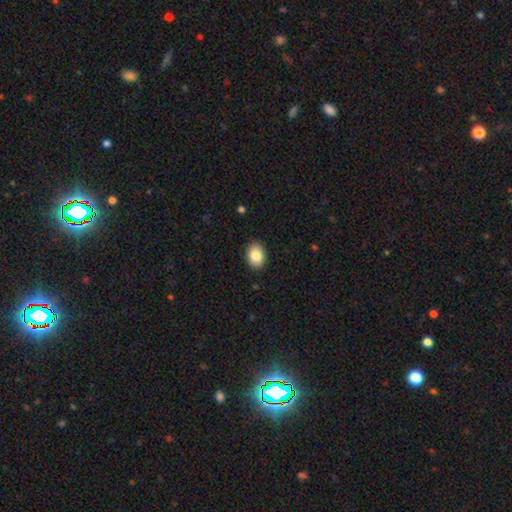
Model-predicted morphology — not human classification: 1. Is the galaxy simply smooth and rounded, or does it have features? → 86% smooth, 8% star or artifact, 6% featured or disk.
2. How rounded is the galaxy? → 73% in between, 26% round, 1% cigar-shaped.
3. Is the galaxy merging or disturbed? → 89% none, 8% minor disturbance, 2% major disturbance, 1% merger.